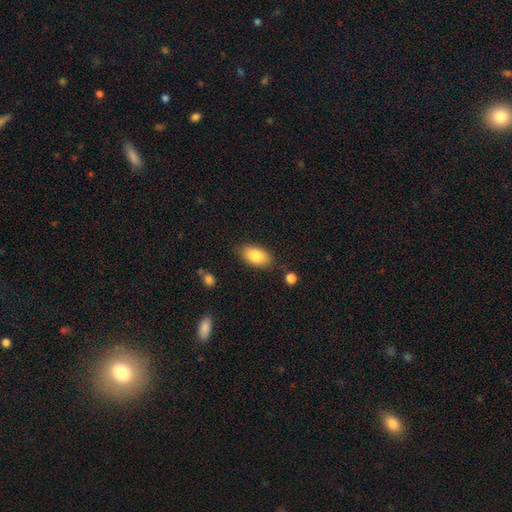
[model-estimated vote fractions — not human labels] A smooth galaxy with no disk features (84%) that is in between round and cigar-shaped (92%).

Vote fractions:
- Smooth or featured? smooth: 84% / featured or disk: 9% / star or artifact: 7%
- How rounded? in between: 92% / round: 5% / cigar-shaped: 2%
- Merging? none: 81% / minor disturbance: 13% / major disturbance: 3% / merger: 2%